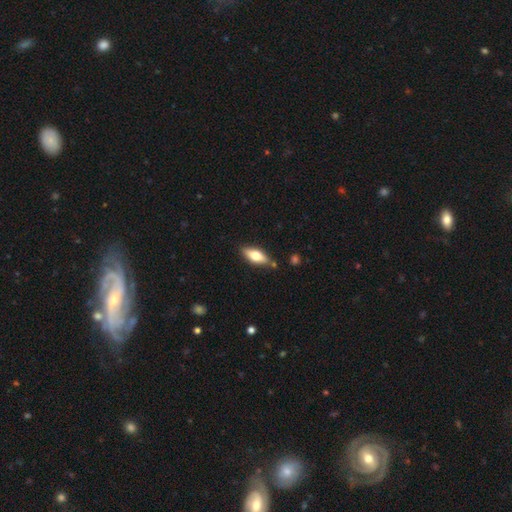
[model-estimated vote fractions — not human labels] A smooth galaxy with no disk features (64%) that is in between round and cigar-shaped (71%).

Vote fractions:
- Smooth or featured? smooth: 64% / featured or disk: 30% / star or artifact: 6%
- How rounded? in between: 71% / cigar-shaped: 27% / round: 3%
- Merging? none: 82% / minor disturbance: 12% / merger: 3% / major disturbance: 2%